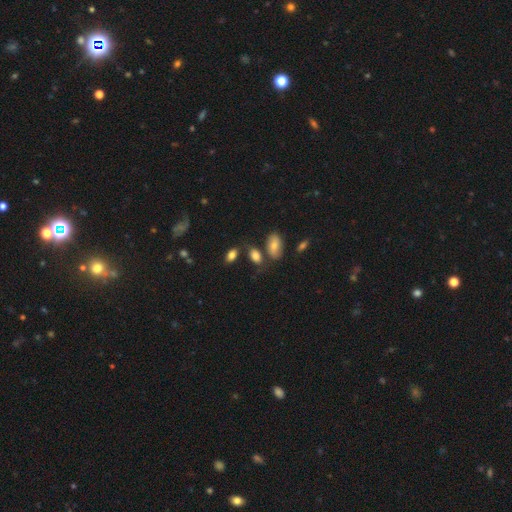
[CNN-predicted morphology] smooth-or-featured: smooth: 81% | star or artifact: 10% | featured or disk: 9%
  how-rounded: in between: 89% | round: 8% | cigar-shaped: 4%
  merging: none: 63% | minor disturbance: 16% | merger: 15% | major disturbance: 6%